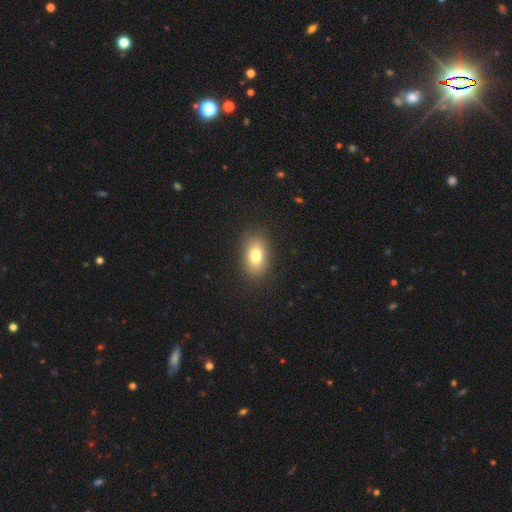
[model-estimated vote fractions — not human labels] Q: Smooth or featured?
A: smooth (79%); runner-up: featured or disk (12%)
Q: How rounded?
A: in between (85%); runner-up: round (13%)
Q: Merging?
A: none (88%); runner-up: minor disturbance (8%)